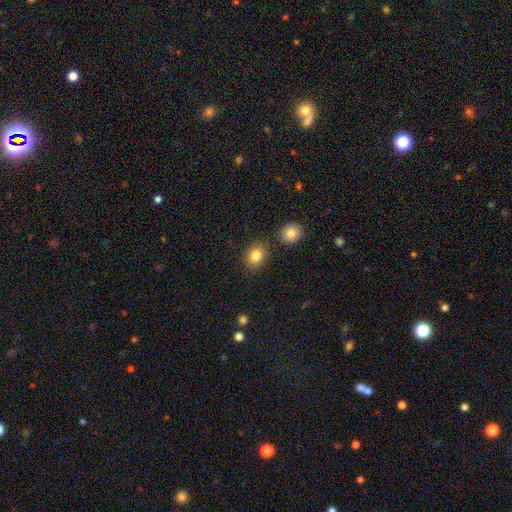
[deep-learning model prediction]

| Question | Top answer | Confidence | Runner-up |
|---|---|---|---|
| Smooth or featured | smooth | 85% | star or artifact (9%) |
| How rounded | in between | 52% | round (47%) |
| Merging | none | 81% | minor disturbance (10%) |